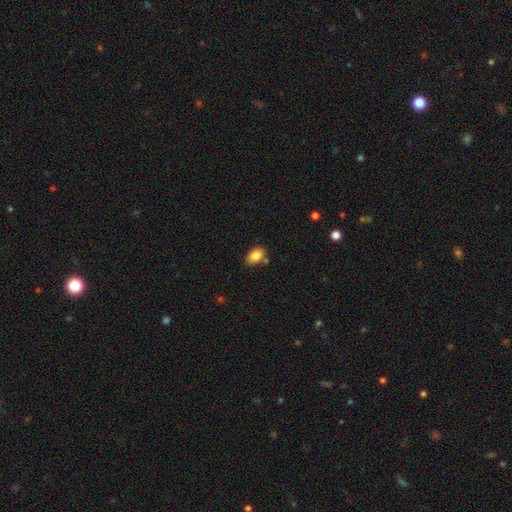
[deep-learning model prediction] Smooth or featured? Predicted: smooth (p=0.85). How rounded? Predicted: in between (p=0.88). Merging? Predicted: none (p=0.74).